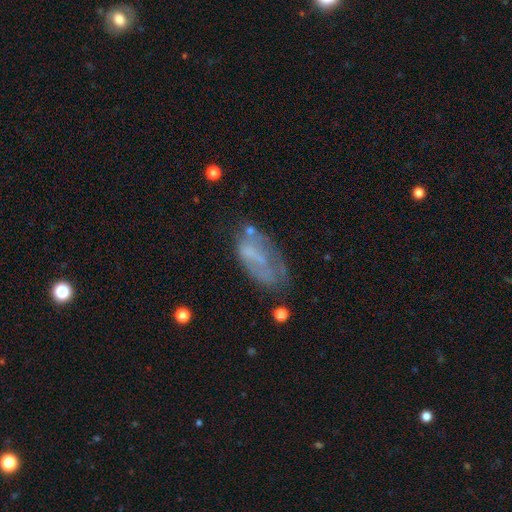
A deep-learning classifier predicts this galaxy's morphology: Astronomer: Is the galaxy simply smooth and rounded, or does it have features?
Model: featured or disk — 49% (runner-up: smooth, 40%).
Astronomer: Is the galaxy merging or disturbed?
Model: none — 43% (runner-up: minor disturbance, 27%).